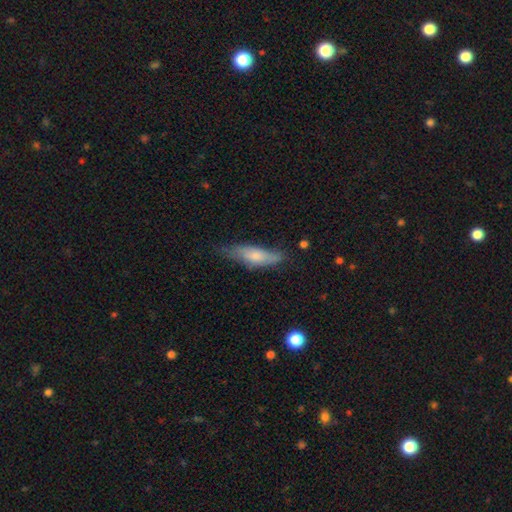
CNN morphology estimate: Smooth or featured: smooth — 64% (featured or disk — 30%)
How rounded: cigar-shaped — 52% (in between — 45%)
Merging: none — 56% (minor disturbance — 33%)